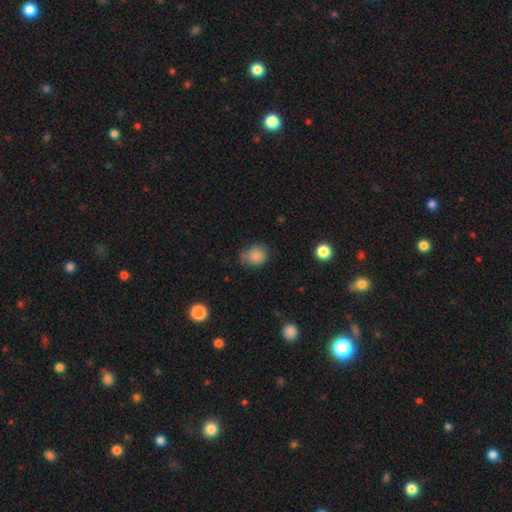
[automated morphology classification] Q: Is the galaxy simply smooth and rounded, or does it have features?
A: smooth — 83%.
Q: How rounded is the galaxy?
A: round — 73%.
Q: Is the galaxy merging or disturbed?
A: none — 59%.